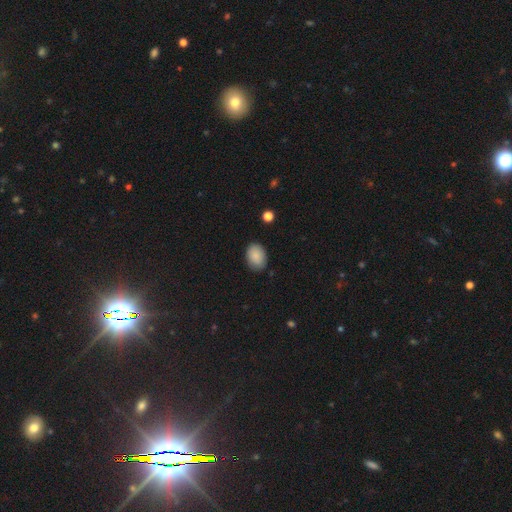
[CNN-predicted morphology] Smooth or featured? smooth (89%)
How rounded? in between (82%)
Merging? none (84%)